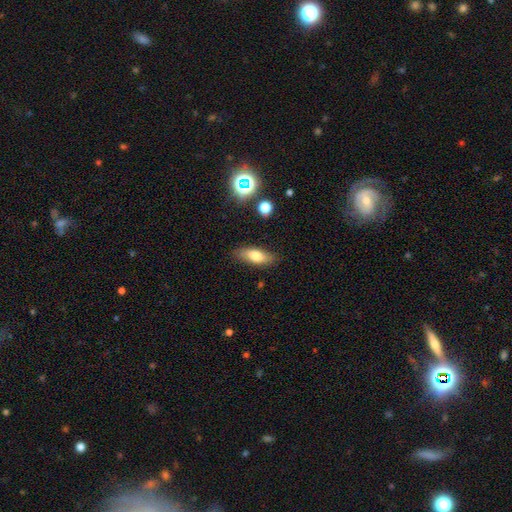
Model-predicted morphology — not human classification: smooth-or-featured: smooth: 73% | featured or disk: 18% | star or artifact: 9%
  how-rounded: in between: 74% | cigar-shaped: 23% | round: 4%
  merging: none: 82% | minor disturbance: 13% | major disturbance: 3% | merger: 2%